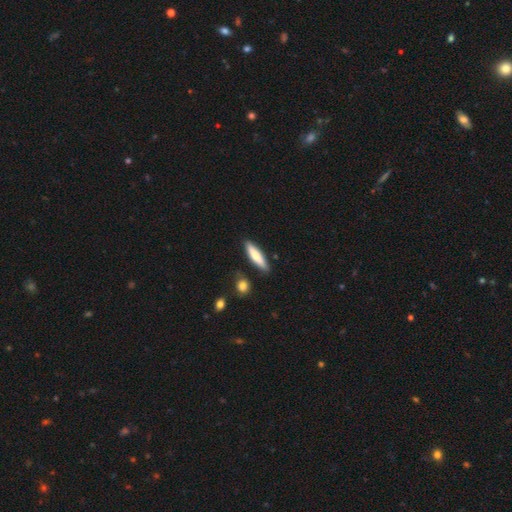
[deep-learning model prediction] Smooth or featured: smooth — 68% (featured or disk — 26%)
How rounded: cigar-shaped — 76% (in between — 22%)
Merging: none — 85% (minor disturbance — 10%)